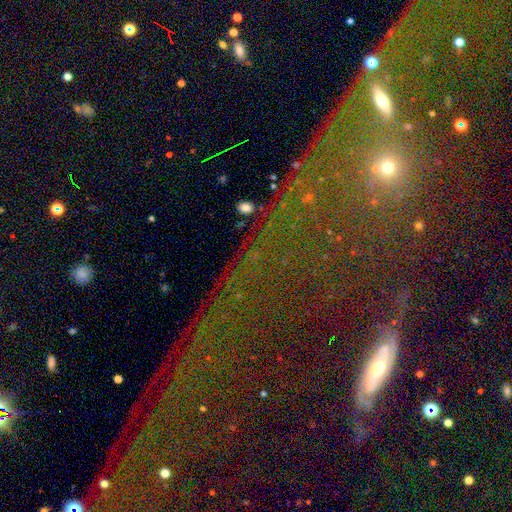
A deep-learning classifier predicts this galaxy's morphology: type=star or artifact (74%).